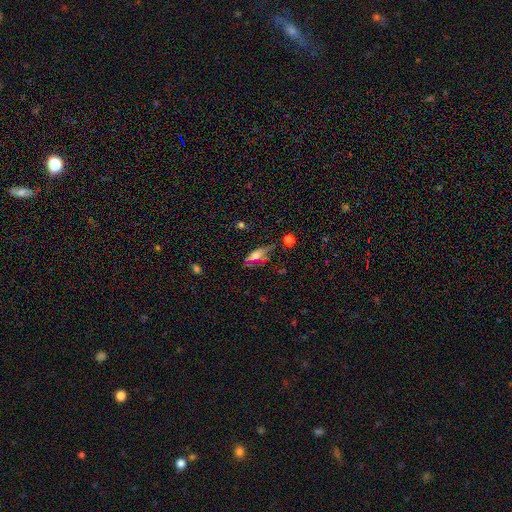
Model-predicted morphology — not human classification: Smooth or featured?
  - smooth: 54% *
  - featured or disk: 30%
  - star or artifact: 15%
How rounded?
  - in between: 62% *
  - cigar-shaped: 32%
  - round: 6%
Merging?
  - none: 53% *
  - minor disturbance: 27%
  - major disturbance: 15%
  - merger: 6%